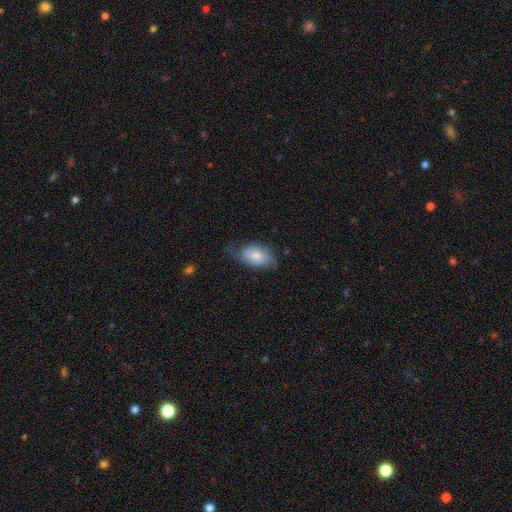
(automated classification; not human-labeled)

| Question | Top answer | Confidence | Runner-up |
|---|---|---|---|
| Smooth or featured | smooth | 73% | featured or disk (21%) |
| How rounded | in between | 92% | round (5%) |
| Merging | none | 54% | minor disturbance (32%) |